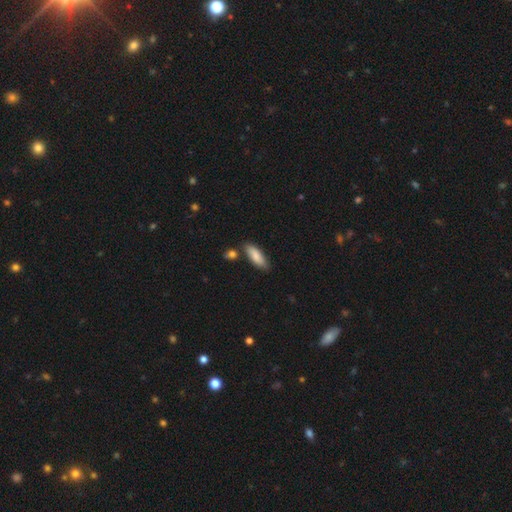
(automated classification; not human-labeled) The model was most divided on "how rounded": in between: 67%, cigar-shaped: 31%, round: 2%. More confident: smooth or featured — smooth (84%); merging — none (77%).